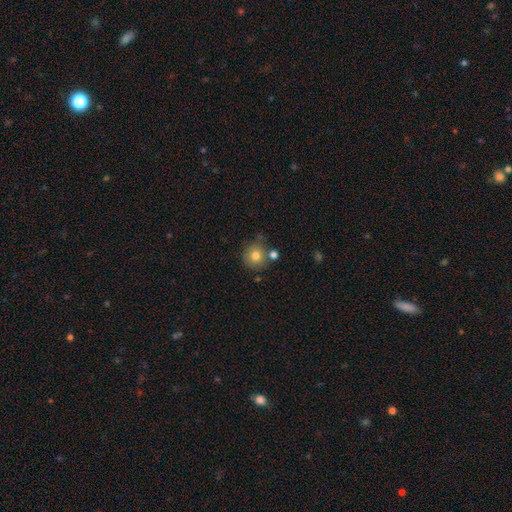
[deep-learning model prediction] Smooth or featured? smooth (78%)
How rounded? round (91%)
Merging? none (69%)